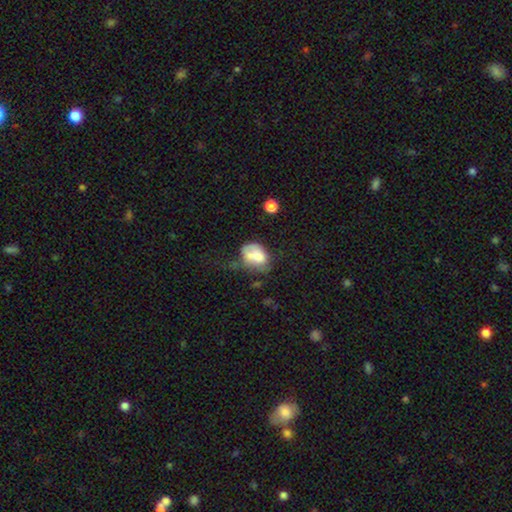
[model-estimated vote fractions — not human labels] Q: Smooth or featured?
A: smooth (65%); runner-up: featured or disk (25%)
Q: How rounded?
A: in between (68%); runner-up: round (31%)
Q: Merging?
A: major disturbance (29%); runner-up: minor disturbance (28%)